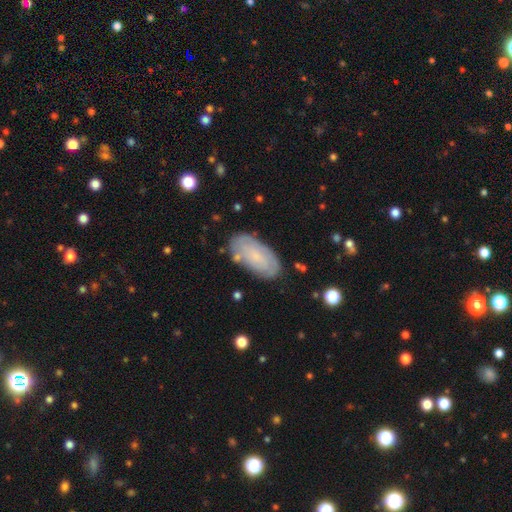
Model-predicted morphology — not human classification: smooth-or-featured: featured or disk: 47% | smooth: 45% | star or artifact: 8%
  merging: none: 78% | minor disturbance: 15% | major disturbance: 4% | merger: 3%